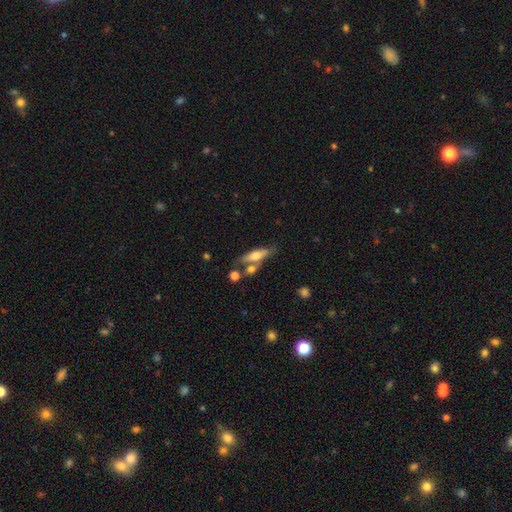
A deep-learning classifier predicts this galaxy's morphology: type=smooth (50%); roundness=cigar-shaped (58%); merging=none (59%).